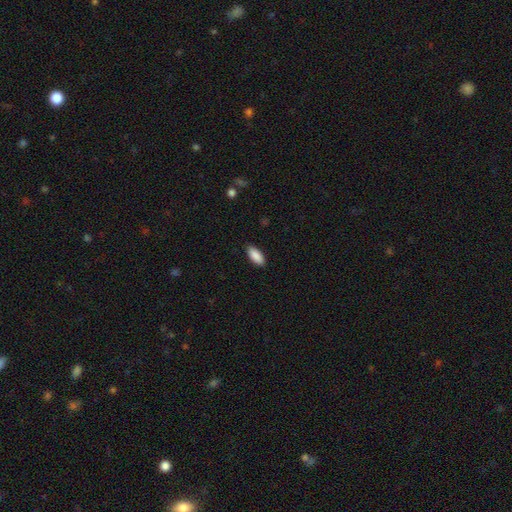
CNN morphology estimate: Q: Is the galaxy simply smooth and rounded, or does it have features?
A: smooth — 90%.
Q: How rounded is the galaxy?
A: in between — 86%.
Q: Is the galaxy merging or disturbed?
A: none — 89%.